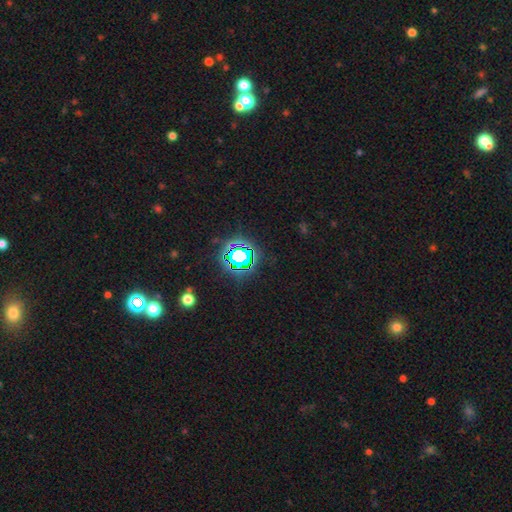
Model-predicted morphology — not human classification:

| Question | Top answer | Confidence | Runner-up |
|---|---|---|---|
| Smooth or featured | star or artifact | 79% | smooth (13%) |